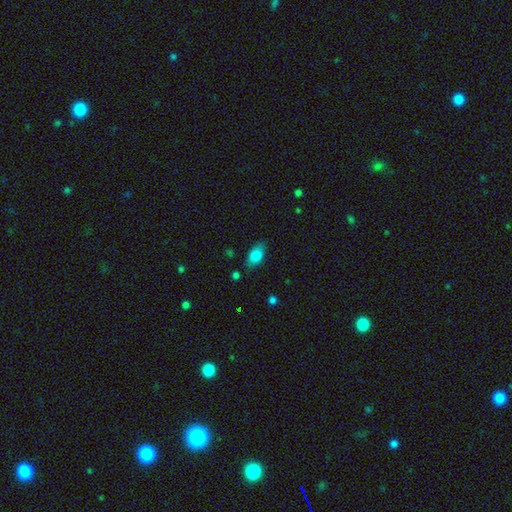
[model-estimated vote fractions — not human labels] Overall: smooth (81%). How rounded: in between (88%). Merging: none (80%).